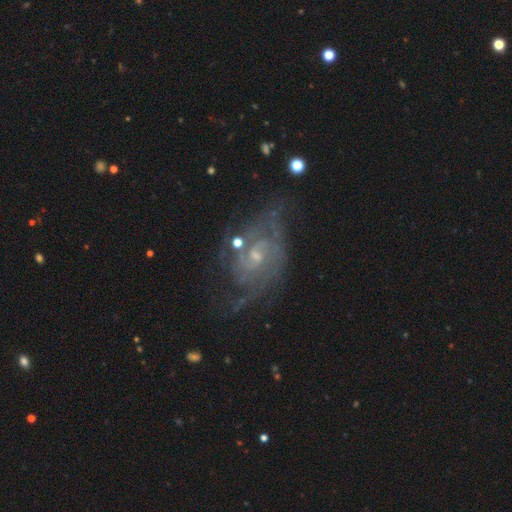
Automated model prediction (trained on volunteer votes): A featured or disk galaxy (82%) with no bar (59%), tight (44%) spiral arms (89%) and a small central bulge (66%).

Vote fractions:
- Smooth or featured? featured or disk: 82% / star or artifact: 9% / smooth: 9%
- Edge-on disk? no: 96% / yes: 4%
- Bar? no: 59% / weak: 35% / strong: 6%
- Spiral arms? yes: 89% / no: 11%
- Spiral winding? tight: 44% / medium: 40% / loose: 16%
- Spiral arm count? can't tell: 36% / 2: 35% / 3: 13% / 4: 6% / 1: 5% / more than 4: 5%
- Bulge size? small: 66% / moderate: 27% / none: 5% / large: 1% / dominant: 1%
- Merging? none: 58% / minor disturbance: 21% / major disturbance: 16% / merger: 5%